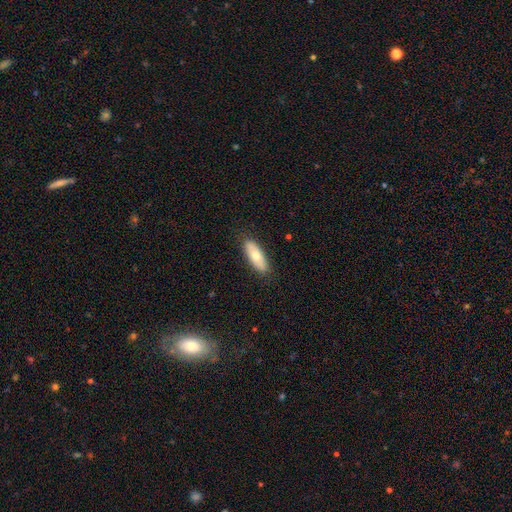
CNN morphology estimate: Q: Smooth or featured?
A: smooth (68%); runner-up: featured or disk (26%)
Q: How rounded?
A: in between (68%); runner-up: cigar-shaped (29%)
Q: Merging?
A: none (86%); runner-up: minor disturbance (11%)